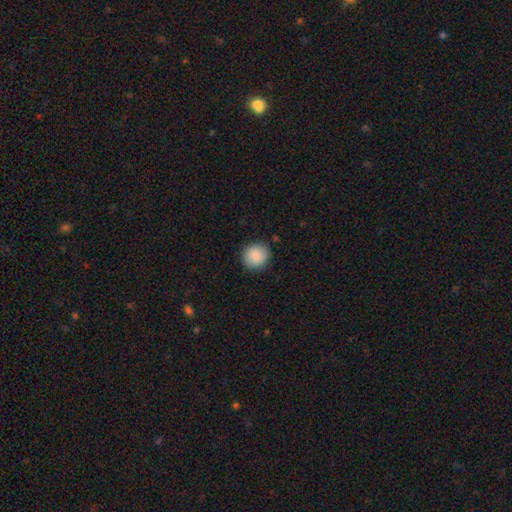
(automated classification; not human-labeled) smooth_or_featured: smooth (p=0.87) [alt: star or artifact p=0.07]
how_rounded: round (p=0.88) [alt: in between p=0.11]
merging: none (p=0.89) [alt: minor disturbance p=0.08]